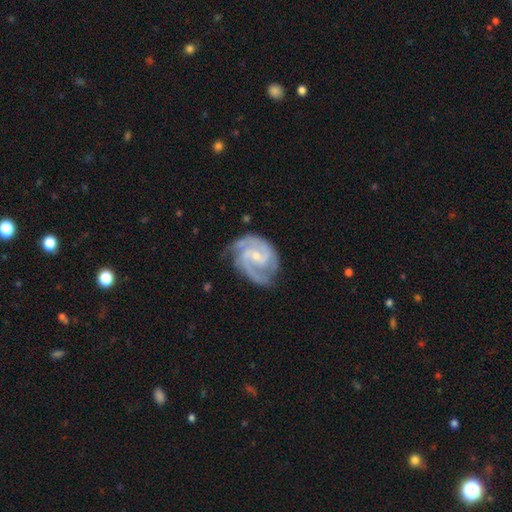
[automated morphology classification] A featured or disk galaxy (92%) with a weak bar (46%), 2 (73%) medium (53%) spiral arms (98%) and a small central bulge (68%).

Vote fractions:
- Smooth or featured? featured or disk: 92% / smooth: 4% / star or artifact: 4%
- Edge-on disk? no: 98% / yes: 2%
- Bar? weak: 46% / no: 42% / strong: 12%
- Spiral arms? yes: 98% / no: 2%
- Spiral winding? medium: 53% / tight: 38% / loose: 9%
- Spiral arm count? 2: 73% / 3: 15% / can't tell: 5% / 1: 2% / 4: 2% / more than 4: 2%
- Bulge size? small: 68% / moderate: 28% / none: 2% / large: 1% / dominant: 1%
- Merging? none: 69% / minor disturbance: 22% / major disturbance: 7% / merger: 2%